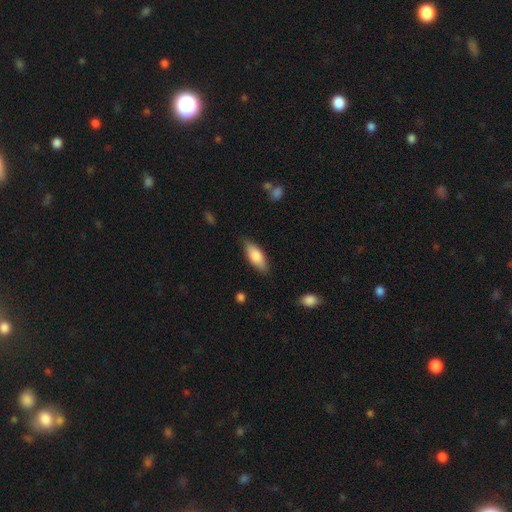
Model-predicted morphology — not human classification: This is clearly a smooth galaxy (81%). How rounded: likely in between (74%). Merging: clearly none (82%).